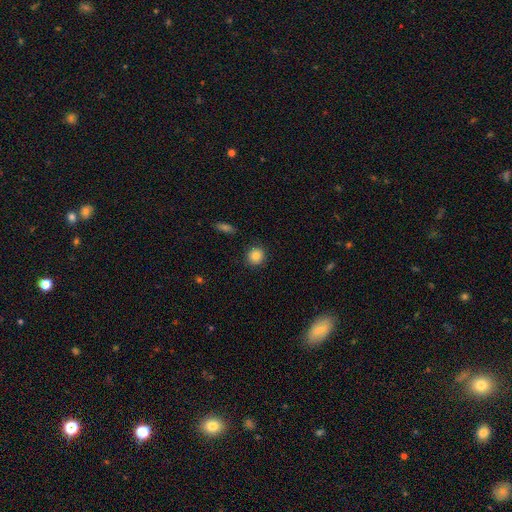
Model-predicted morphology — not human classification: This is clearly a smooth galaxy (82%). How rounded: clearly round (92%). Merging: clearly none (91%).